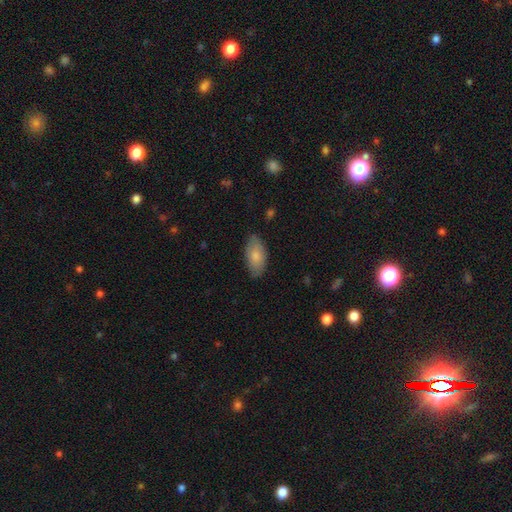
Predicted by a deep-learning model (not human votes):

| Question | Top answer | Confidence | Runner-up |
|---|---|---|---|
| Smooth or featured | smooth | 80% | featured or disk (15%) |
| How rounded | in between | 94% | cigar-shaped (3%) |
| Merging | none | 80% | minor disturbance (17%) |